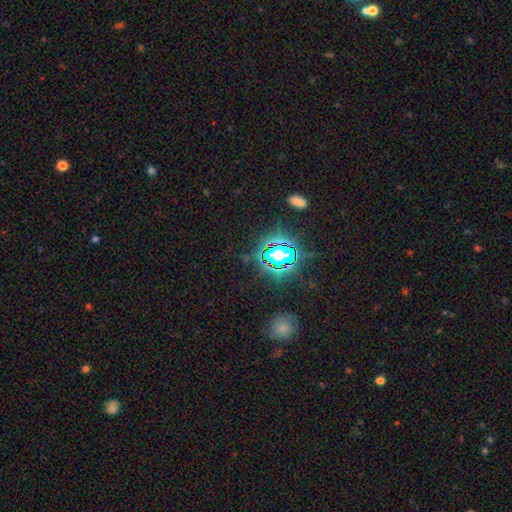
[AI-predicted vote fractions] A star or artifact, not a galaxy (79%).

Vote fractions:
- Smooth or featured? star or artifact: 79% / smooth: 14% / featured or disk: 7%